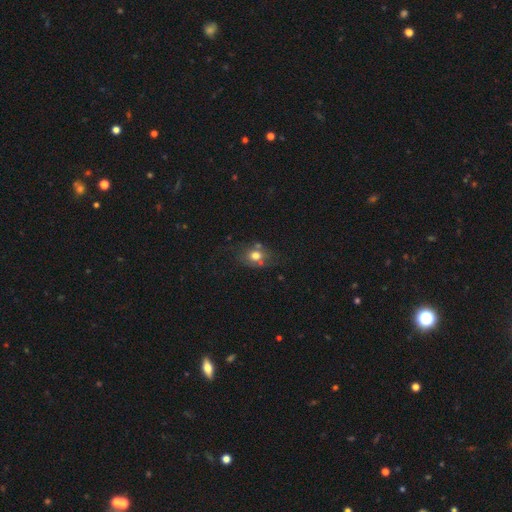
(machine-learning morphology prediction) smooth 67%, featured or disk 19%, star or artifact 13%. Down the decision tree: how rounded — in between (49%, tied with round); merging — none (57%).